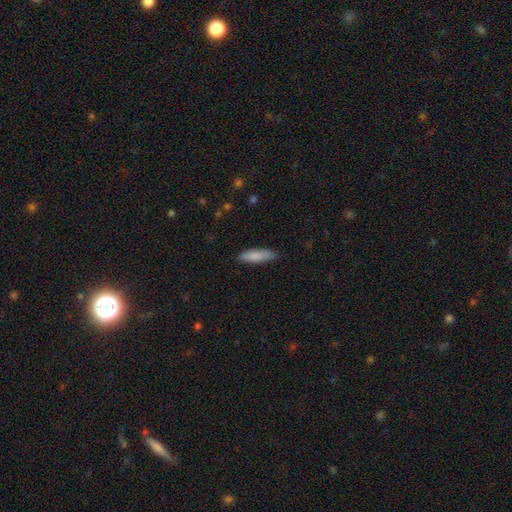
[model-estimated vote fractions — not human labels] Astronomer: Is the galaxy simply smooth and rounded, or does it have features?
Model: smooth — 83%.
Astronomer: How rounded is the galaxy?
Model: cigar-shaped — 62% (runner-up: in between, 37%).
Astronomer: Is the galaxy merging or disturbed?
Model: none — 85%.